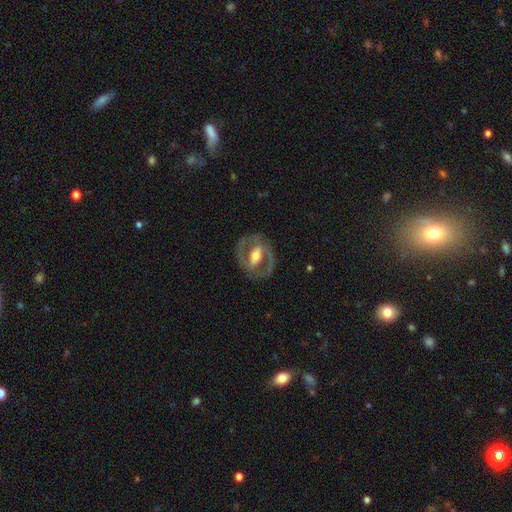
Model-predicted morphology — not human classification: A featured or disk galaxy (77%) with a strong bar (47%), spiral arms (64%) and a moderate central bulge (63%).

Vote fractions:
- Smooth or featured? featured or disk: 77% / smooth: 18% / star or artifact: 5%
- Edge-on disk? no: 94% / yes: 6%
- Bar? strong: 47% / weak: 32% / no: 21%
- Spiral arms? yes: 64% / no: 36%
- Bulge size? moderate: 63% / large: 19% / small: 15% / none: 2% / dominant: 2%
- Merging? none: 80% / minor disturbance: 11% / major disturbance: 7% / merger: 1%